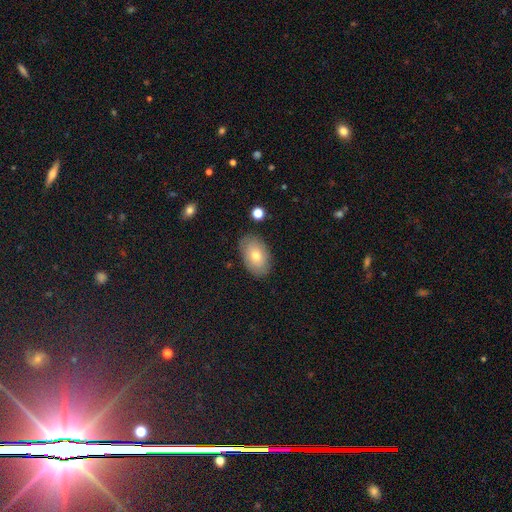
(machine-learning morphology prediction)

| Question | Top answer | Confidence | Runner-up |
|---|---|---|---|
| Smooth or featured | smooth | 70% | featured or disk (22%) |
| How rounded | in between | 90% | round (8%) |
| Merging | none | 84% | minor disturbance (12%) |